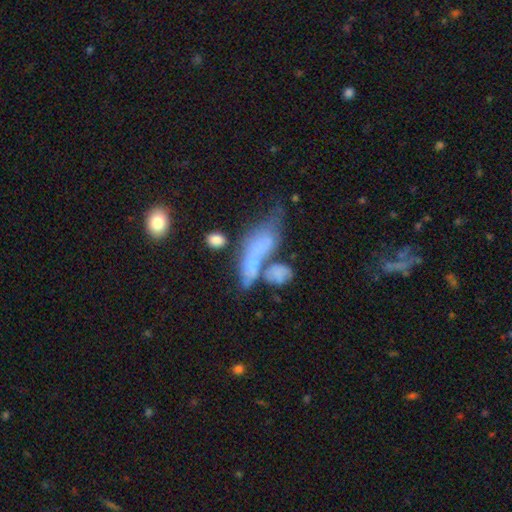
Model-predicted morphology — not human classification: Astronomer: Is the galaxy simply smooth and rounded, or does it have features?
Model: smooth — 53% (runner-up: featured or disk, 34%).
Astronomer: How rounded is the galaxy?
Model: in between — 54% (runner-up: cigar-shaped, 39%).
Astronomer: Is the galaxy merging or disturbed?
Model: merger — 42% (runner-up: none, 22%).